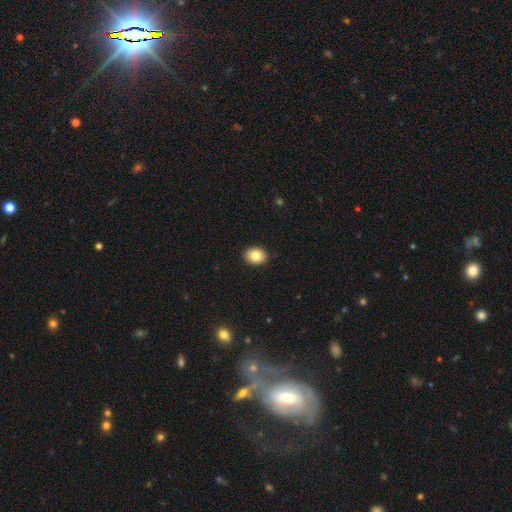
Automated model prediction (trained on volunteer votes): smooth-or-featured: smooth: 83% | star or artifact: 9% | featured or disk: 8%
  how-rounded: in between: 53% | round: 46% | cigar-shaped: 1%
  merging: none: 91% | minor disturbance: 7% | major disturbance: 2% | merger: 1%